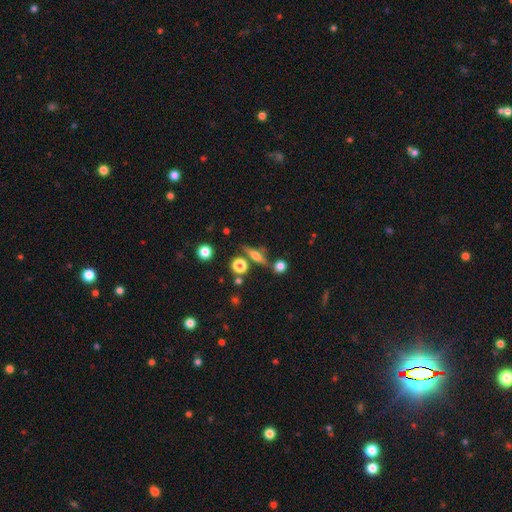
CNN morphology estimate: Smooth or featured: featured or disk — 55% (smooth — 34%)
Edge-on disk: yes — 92% (no — 8%)
Edge-on bulge: rounded — 87% (boxy — 8%)
Merging: none — 76% (minor disturbance — 12%)